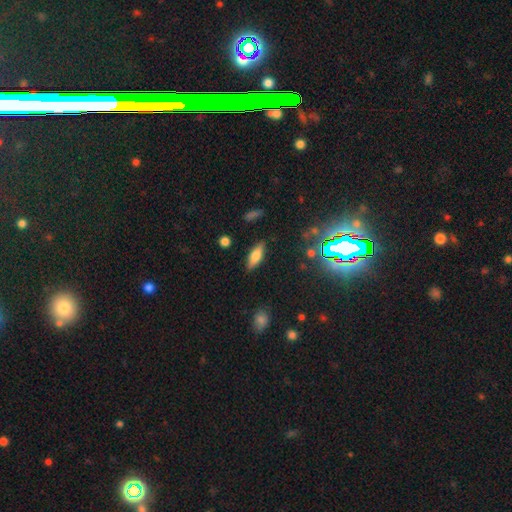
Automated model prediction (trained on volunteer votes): Smooth or featured? Predicted: smooth (p=0.69). How rounded? Predicted: in between (p=0.65). Merging? Predicted: none (p=0.86).